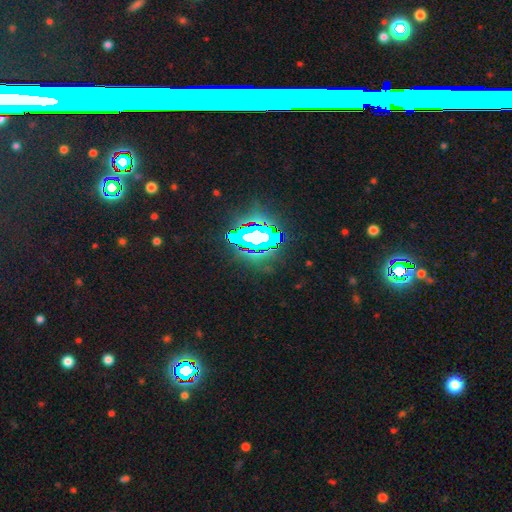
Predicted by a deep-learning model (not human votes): Q: Smooth or featured?
A: star or artifact (76%); runner-up: featured or disk (12%)